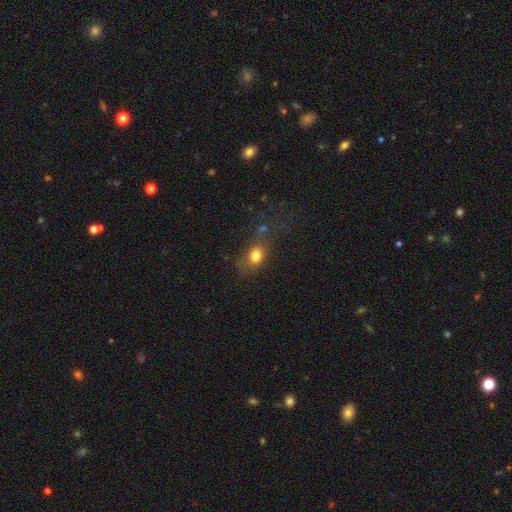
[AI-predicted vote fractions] A smooth galaxy with no disk features (77%) that is in between round and cigar-shaped (65%).

Vote fractions:
- Smooth or featured? smooth: 77% / star or artifact: 12% / featured or disk: 11%
- How rounded? in between: 65% / round: 32% / cigar-shaped: 3%
- Merging? none: 44% / minor disturbance: 23% / major disturbance: 20% / merger: 13%